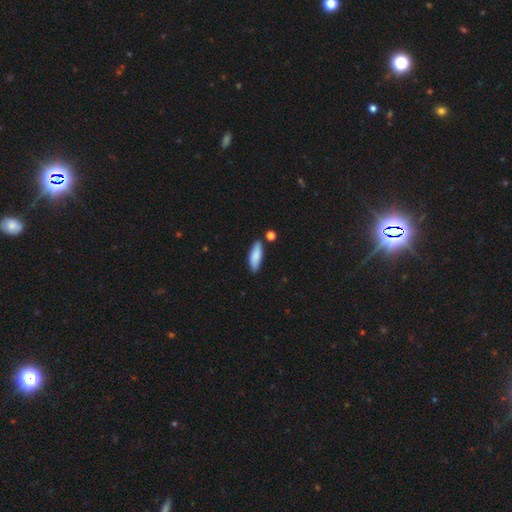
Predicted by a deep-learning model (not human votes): Smooth or featured: smooth — 85% (featured or disk — 9%)
How rounded: in between — 59% (cigar-shaped — 39%)
Merging: none — 80% (minor disturbance — 13%)